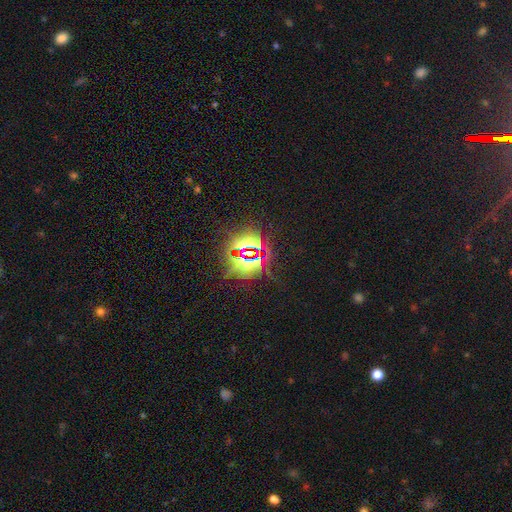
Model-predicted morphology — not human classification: Smooth or featured?
  - star or artifact: 83% *
  - smooth: 9%
  - featured or disk: 8%